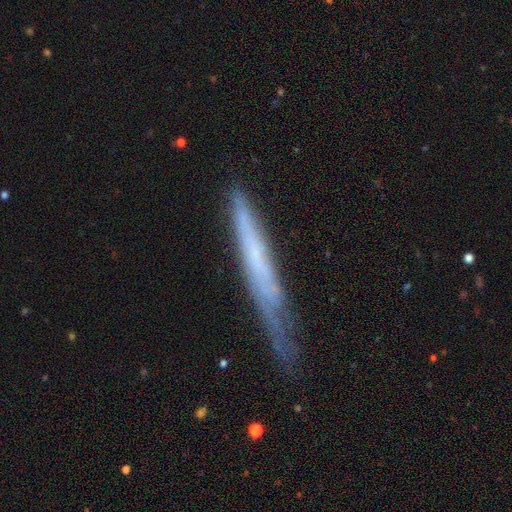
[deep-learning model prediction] smooth_or_featured: featured or disk (p=0.53) [alt: smooth p=0.39]
disk_edge_on: yes (p=0.86) [alt: no p=0.14]
merging: none (p=0.57) [alt: minor disturbance p=0.32]